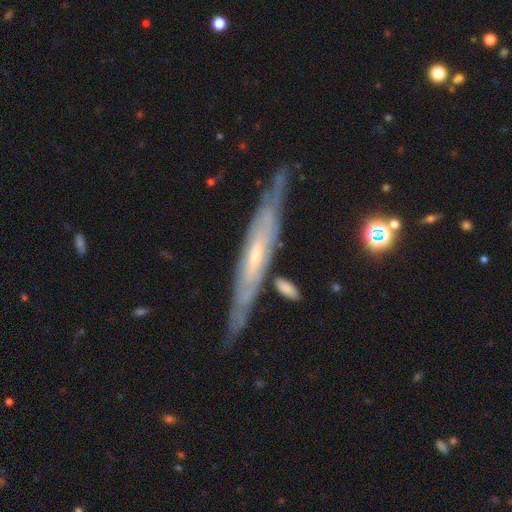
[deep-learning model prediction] Smooth or featured: featured or disk — 76% (smooth — 17%)
Edge-on disk: yes — 68% (no — 32%)
Edge-on bulge: none — 57% (rounded — 38%)
Merging: none — 76% (minor disturbance — 17%)